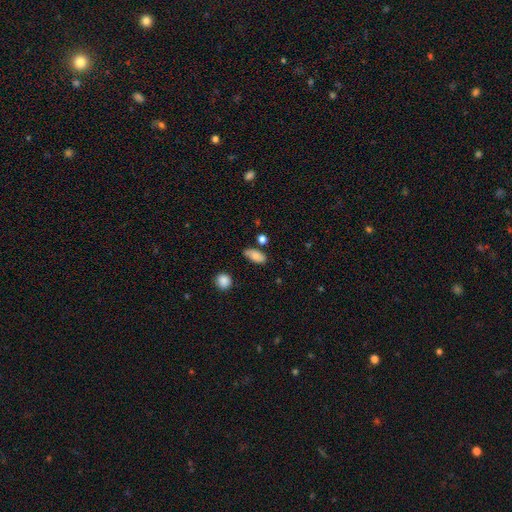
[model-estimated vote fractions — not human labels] smooth 80%, featured or disk 11%, star or artifact 8%. Down the decision tree: how rounded — in between (88%); merging — none (69%).